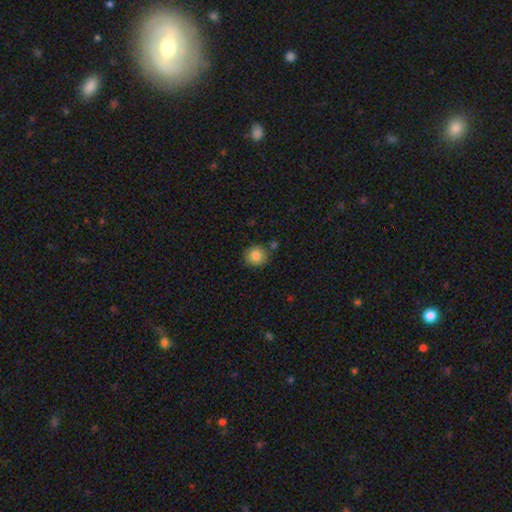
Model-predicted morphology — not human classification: Smooth or featured: smooth — 85% (star or artifact — 9%)
How rounded: round — 89% (in between — 10%)
Merging: none — 81% (minor disturbance — 11%)